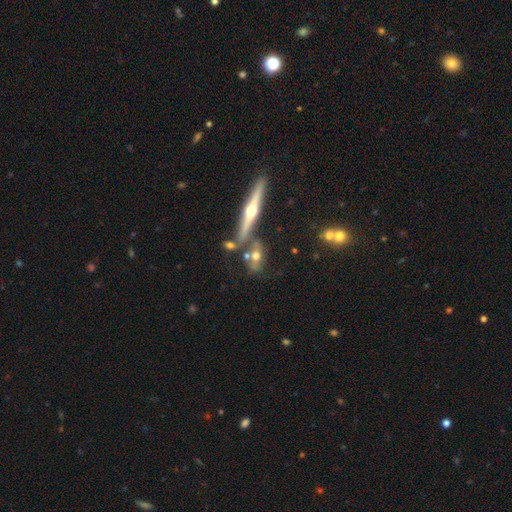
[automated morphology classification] Overall: featured or disk (50%; smooth 38%). Edge-on disk: yes (75%). Merging: none (52%; merger 26%).